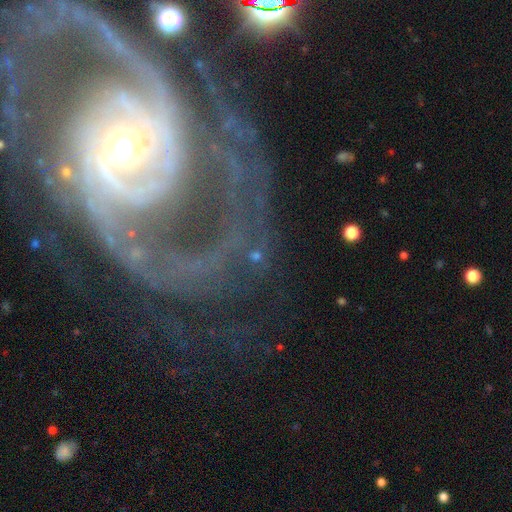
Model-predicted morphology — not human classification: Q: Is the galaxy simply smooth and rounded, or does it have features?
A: star or artifact — 49%.